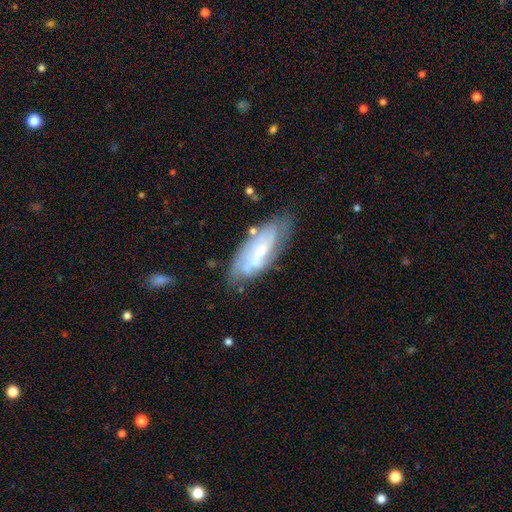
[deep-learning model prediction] Morphology: type=featured or disk (64%); edge-on=no (84%); bar=weak (41%, tied with no); spiral arms=yes (78%); bulge=small (52%); merging=none (67%).